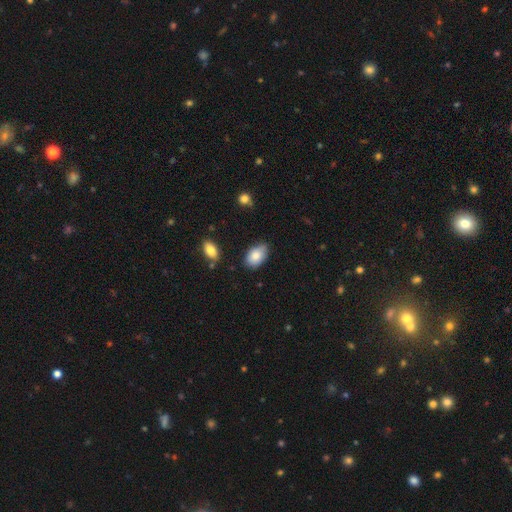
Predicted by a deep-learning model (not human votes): A smooth galaxy with no disk features (83%) that is in between round and cigar-shaped (92%). Merging: none (75%).